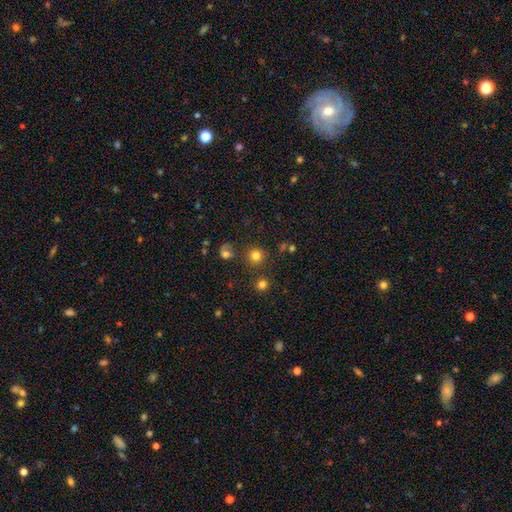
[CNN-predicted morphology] Smooth or featured? Predicted: smooth (p=0.79). How rounded? Predicted: round (p=0.92). Merging? Predicted: none (p=0.81).